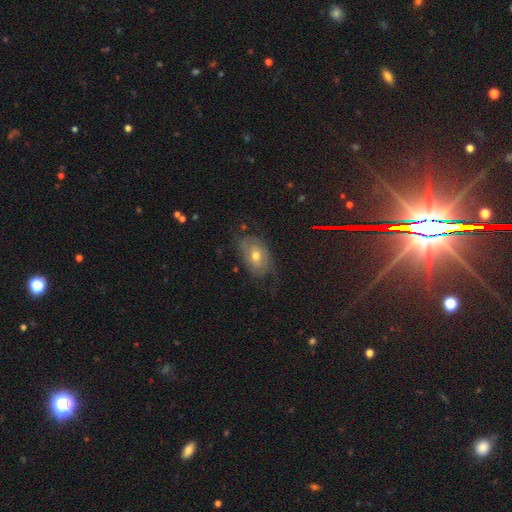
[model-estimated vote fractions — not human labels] A featured or disk galaxy (61%) with no bar (71%), spiral arms (80%) and a moderate central bulge (73%). Merging: none (67%).